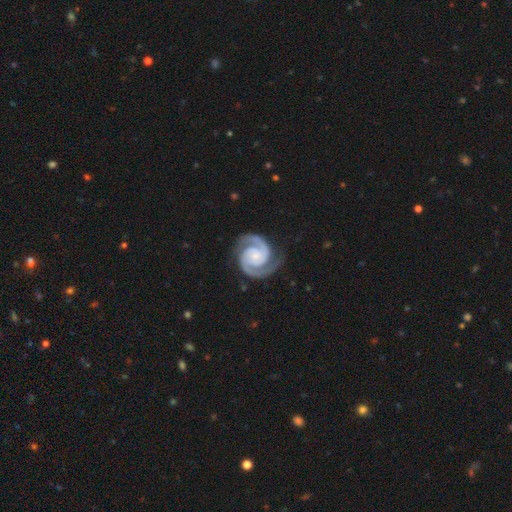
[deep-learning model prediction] Morphology: type=featured or disk (94%); edge-on=no (98%); bar=no (64%); spiral arms=yes (99%); winding=tight (59%); arm count=2 (94%); bulge=small (48%); merging=none (82%).